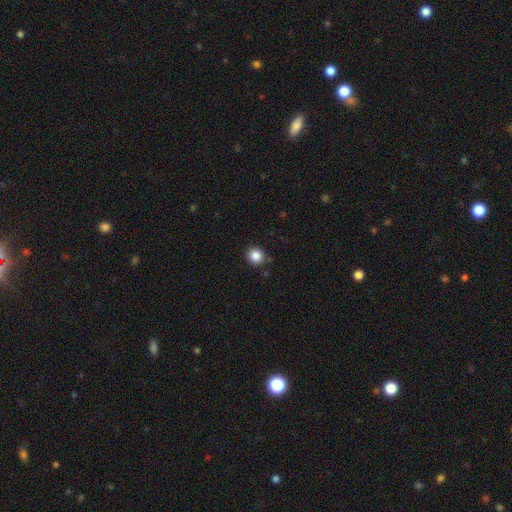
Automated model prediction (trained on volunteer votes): This is clearly a smooth galaxy (86%). How rounded: clearly round (92%). Merging: clearly none (87%).